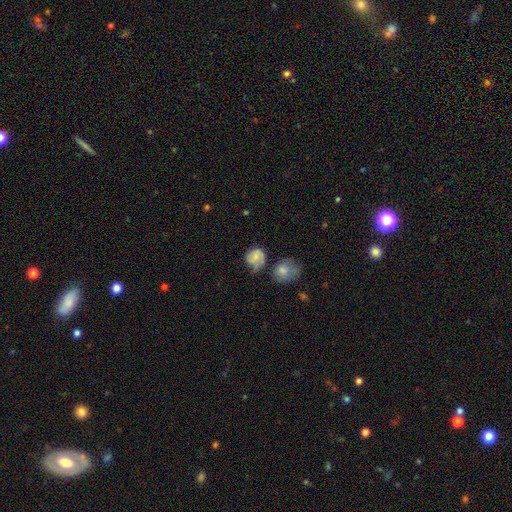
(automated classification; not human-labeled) smooth-or-featured: smooth: 57% | featured or disk: 33% | star or artifact: 10%
  how-rounded: round: 67% | in between: 32% | cigar-shaped: 1%
  merging: none: 44% | minor disturbance: 29% | major disturbance: 16% | merger: 11%